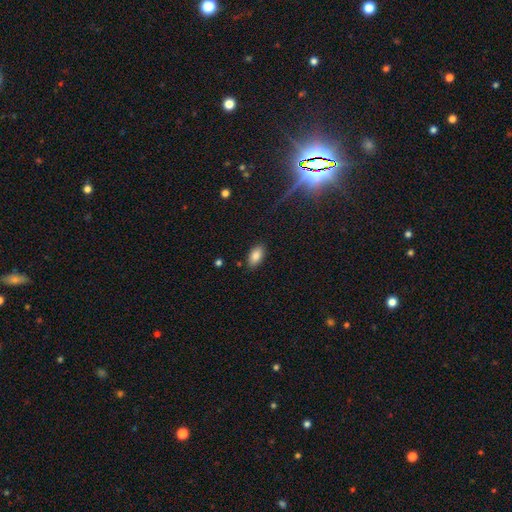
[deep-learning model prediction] Morphology: type=smooth (84%); roundness=in between (93%); merging=none (86%).